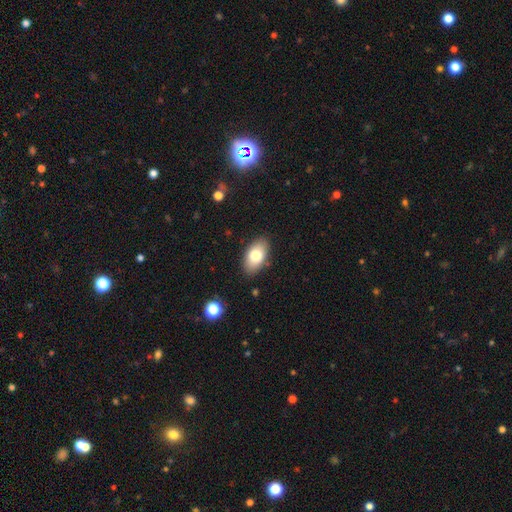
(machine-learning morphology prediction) A smooth galaxy with no disk features (77%) that is in between round and cigar-shaped (93%). Merging: none (86%).